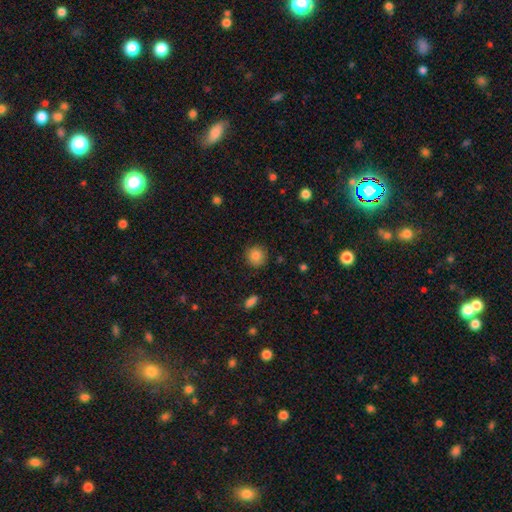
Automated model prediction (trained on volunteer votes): Smooth or featured: smooth — 85% (star or artifact — 9%)
How rounded: round — 92% (in between — 7%)
Merging: none — 89% (minor disturbance — 7%)